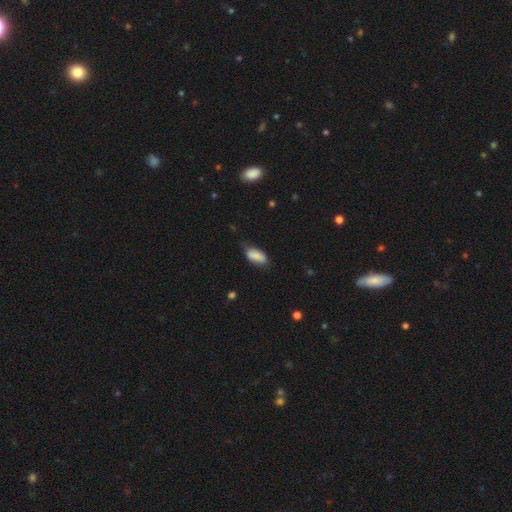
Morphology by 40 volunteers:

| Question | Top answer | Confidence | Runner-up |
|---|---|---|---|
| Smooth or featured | smooth | 80% | featured or disk (10%) |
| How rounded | in between | 91% | cigar-shaped (9%) |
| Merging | none | 61% | minor disturbance (28%) |